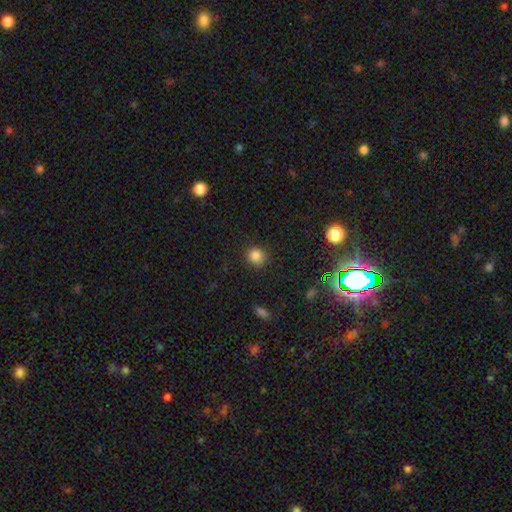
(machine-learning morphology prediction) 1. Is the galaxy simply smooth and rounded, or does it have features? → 83% smooth, 12% star or artifact, 4% featured or disk.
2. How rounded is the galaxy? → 87% round, 12% in between, 1% cigar-shaped.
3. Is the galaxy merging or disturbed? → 87% none, 9% minor disturbance, 3% major disturbance, 1% merger.